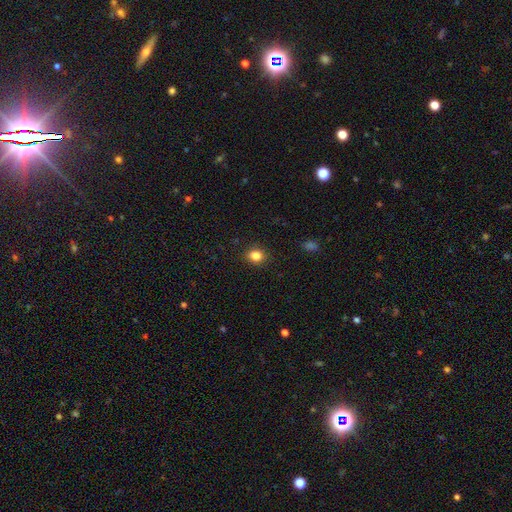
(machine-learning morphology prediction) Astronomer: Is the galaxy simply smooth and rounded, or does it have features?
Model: smooth — 84%.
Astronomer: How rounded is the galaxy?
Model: round — 67%.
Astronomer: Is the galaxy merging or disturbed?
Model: none — 90%.